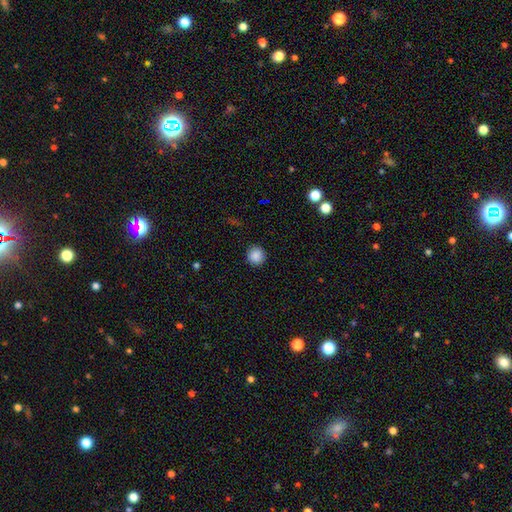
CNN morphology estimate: This appears to be a smooth galaxy with no disk features (88%) that is round (94%). Merging: none (92%).